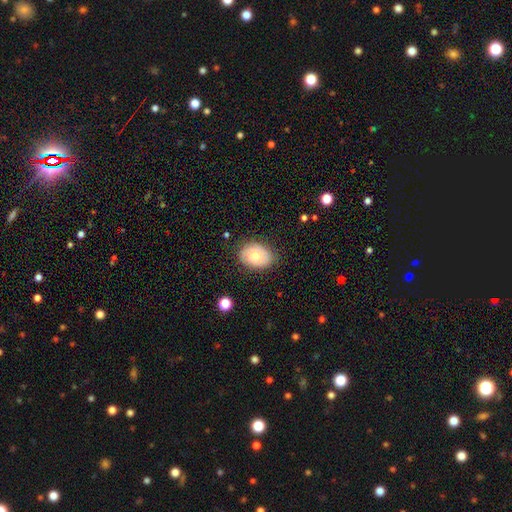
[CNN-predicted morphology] A smooth galaxy with no disk features (63%) that is in between round and cigar-shaped (72%).

Vote fractions:
- Smooth or featured? smooth: 63% / featured or disk: 29% / star or artifact: 8%
- How rounded? in between: 72% / round: 27% / cigar-shaped: 1%
- Merging? none: 78% / minor disturbance: 17% / major disturbance: 4% / merger: 1%